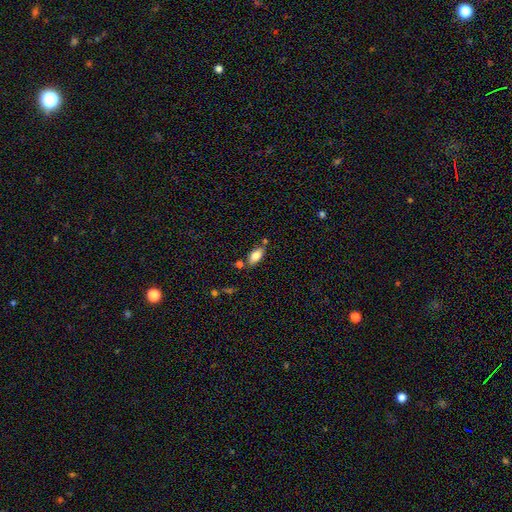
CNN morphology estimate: smooth_or_featured: smooth (p=0.81) [alt: featured or disk p=0.11]
how_rounded: in between (p=0.90) [alt: cigar-shaped p=0.07]
merging: none (p=0.70) [alt: minor disturbance p=0.15]